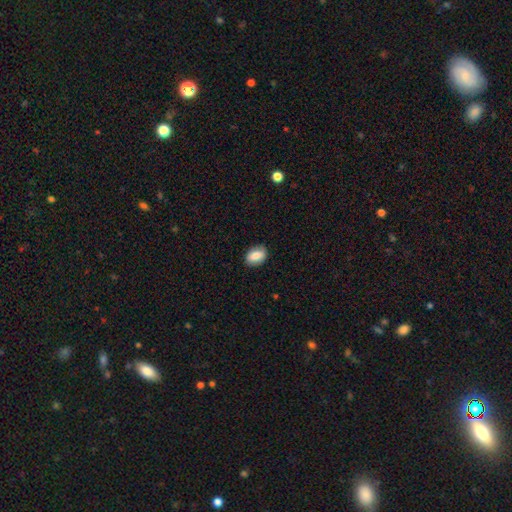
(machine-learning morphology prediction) A smooth galaxy with no disk features (81%) that is in between round and cigar-shaped (84%). Merging: none (86%).